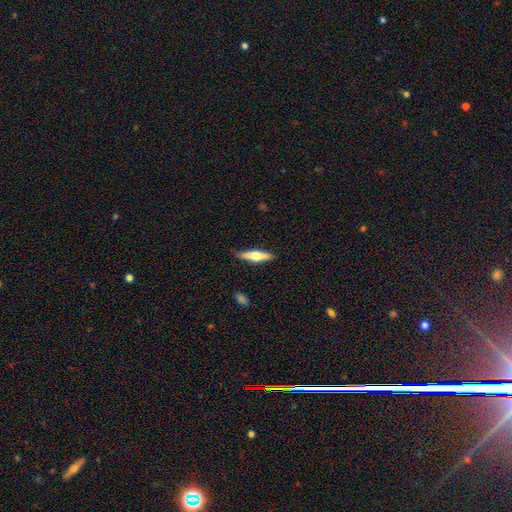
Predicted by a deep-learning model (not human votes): smooth_or_featured: featured or disk (p=0.49) [alt: smooth p=0.45]
merging: none (p=0.82) [alt: minor disturbance p=0.14]